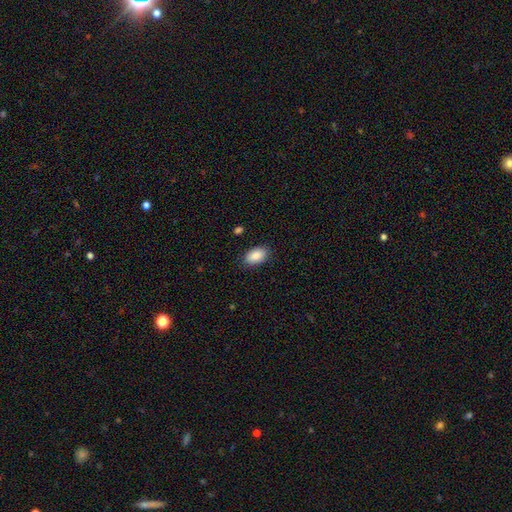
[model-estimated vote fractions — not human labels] Overall: smooth (89%). How rounded: in between (93%). Merging: none (87%).